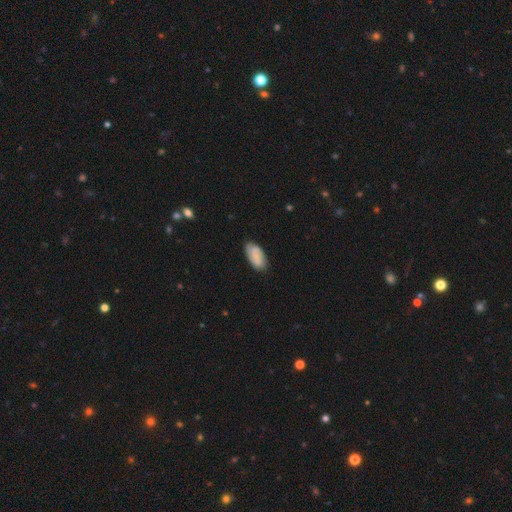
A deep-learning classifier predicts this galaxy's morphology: Smooth or featured? smooth (67%)
How rounded? in between (93%)
Merging? none (77%)